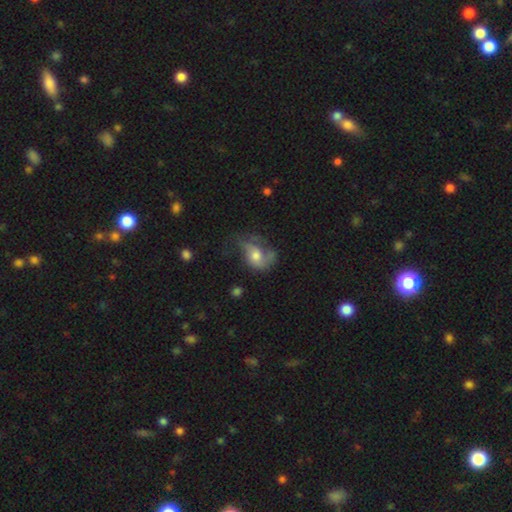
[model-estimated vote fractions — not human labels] A featured or disk galaxy (53%) with no bar (74%), spiral arms (68%) and a moderate central bulge (60%). Merging: major disturbance (41%).